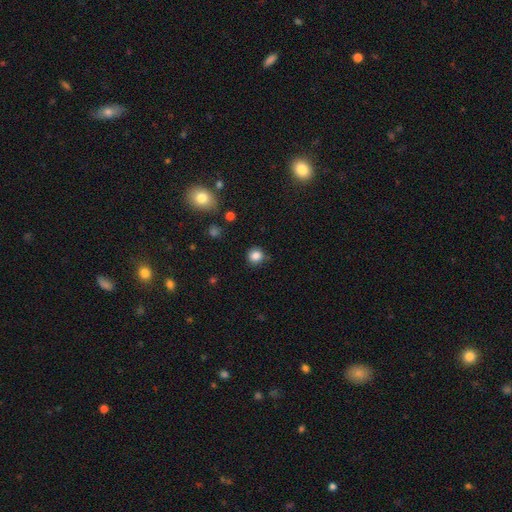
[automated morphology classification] Smooth or featured? smooth (84%)
How rounded? round (90%)
Merging? none (84%)